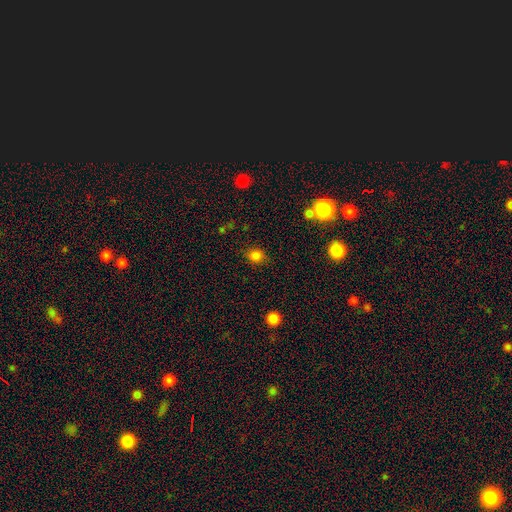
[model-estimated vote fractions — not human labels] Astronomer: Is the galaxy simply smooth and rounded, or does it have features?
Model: smooth — 81%.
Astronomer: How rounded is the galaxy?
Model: round — 66%.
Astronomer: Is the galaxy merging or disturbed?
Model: none — 81%.